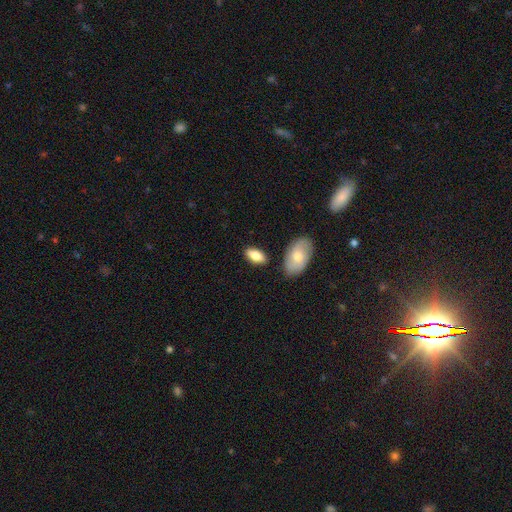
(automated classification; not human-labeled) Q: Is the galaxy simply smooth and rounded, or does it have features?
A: smooth — 80%.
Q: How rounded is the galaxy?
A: in between — 89%.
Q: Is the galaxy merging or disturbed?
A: none — 80%.